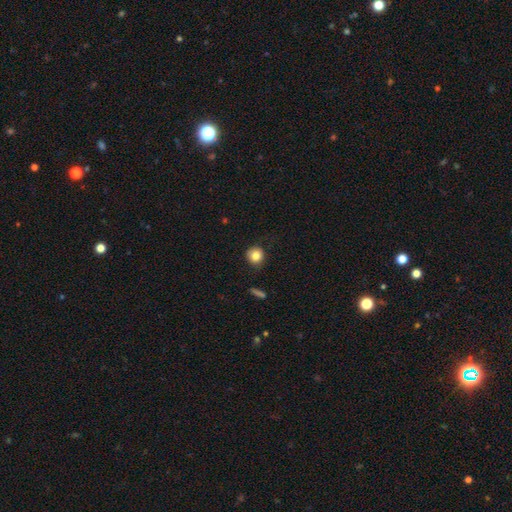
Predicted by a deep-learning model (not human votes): A smooth galaxy with no disk features (82%) that is round (88%). Merging: none (81%).